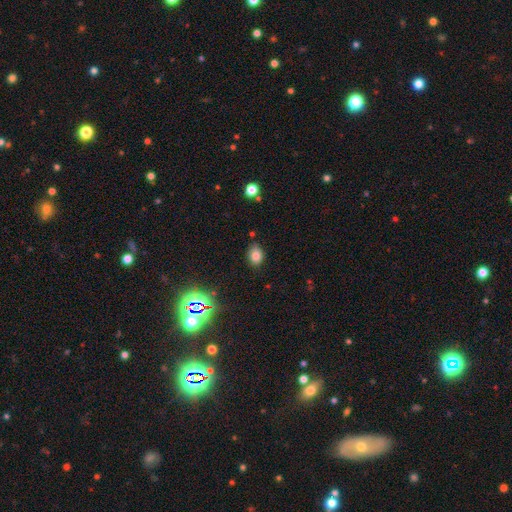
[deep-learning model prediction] Q: Smooth or featured?
A: smooth (78%); runner-up: star or artifact (15%)
Q: How rounded?
A: in between (68%); runner-up: round (31%)
Q: Merging?
A: none (80%); runner-up: minor disturbance (14%)